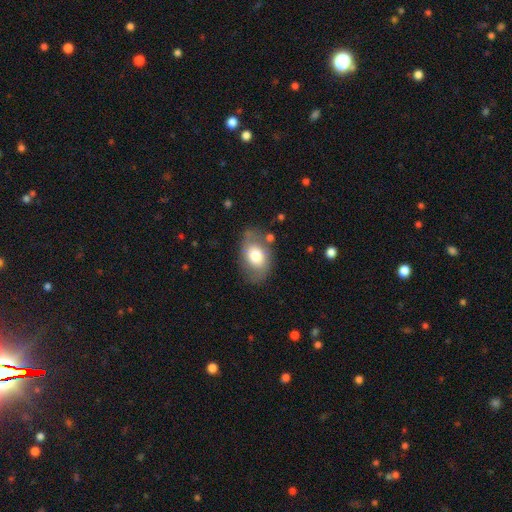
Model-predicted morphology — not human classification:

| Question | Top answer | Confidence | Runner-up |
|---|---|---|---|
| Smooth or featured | smooth | 61% | featured or disk (31%) |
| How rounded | in between | 80% | round (18%) |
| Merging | none | 67% | minor disturbance (21%) |